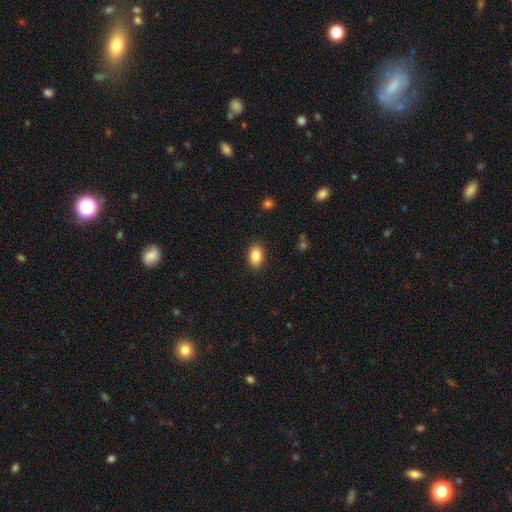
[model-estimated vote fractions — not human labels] smooth_or_featured: smooth (p=0.87) [alt: star or artifact p=0.08]
how_rounded: in between (p=0.87) [alt: round p=0.12]
merging: none (p=0.88) [alt: minor disturbance p=0.08]